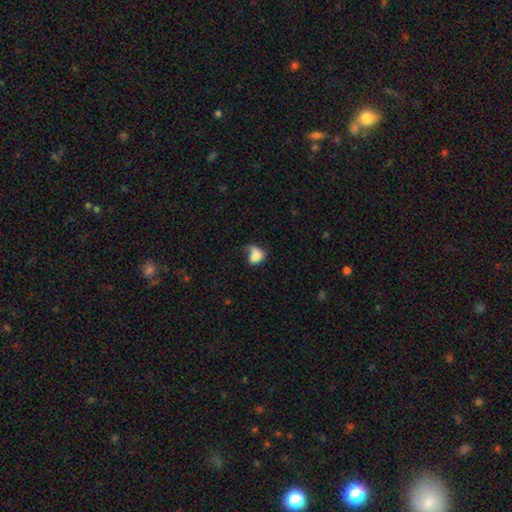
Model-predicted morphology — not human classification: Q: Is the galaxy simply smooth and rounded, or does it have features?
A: smooth — 73%.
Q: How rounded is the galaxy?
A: in between — 67%.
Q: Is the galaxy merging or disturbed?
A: major disturbance — 38%.